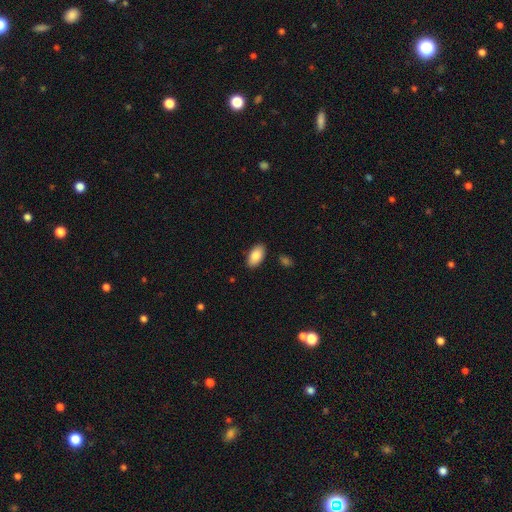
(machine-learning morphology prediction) This appears to be a smooth galaxy with no disk features (88%) that is in between round and cigar-shaped (95%). Merging: none (87%).